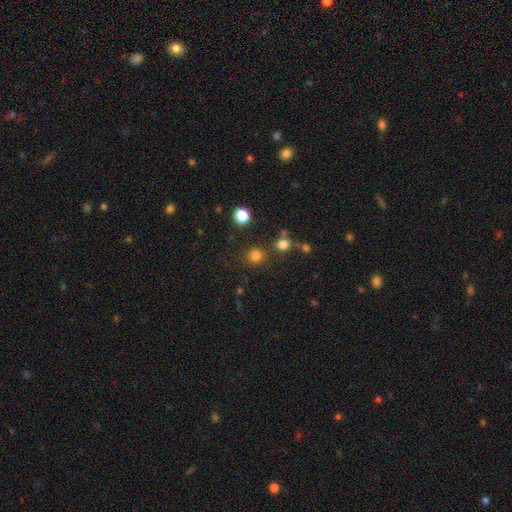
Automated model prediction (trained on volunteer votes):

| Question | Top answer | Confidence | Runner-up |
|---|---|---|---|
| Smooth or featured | smooth | 78% | star or artifact (17%) |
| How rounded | round | 91% | in between (8%) |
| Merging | none | 80% | merger (8%) |